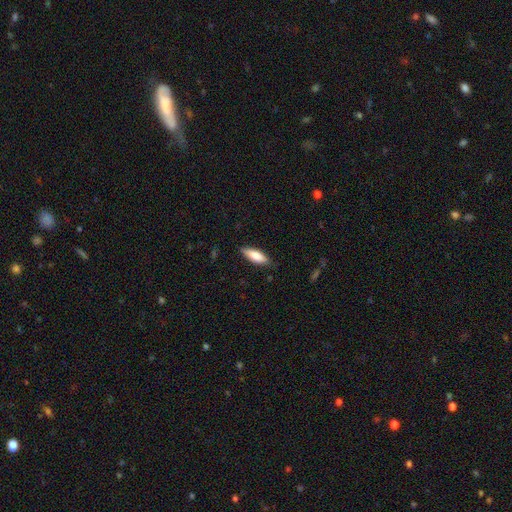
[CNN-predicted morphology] Smooth or featured? Predicted: smooth (p=0.78). How rounded? Predicted: in between (p=0.59). Merging? Predicted: none (p=0.82).